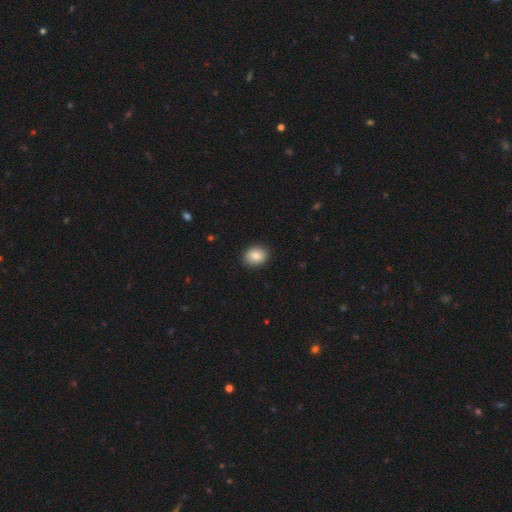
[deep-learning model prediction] The model was most divided on "how rounded": round: 61%, in between: 38%, cigar-shaped: 1%. More confident: merging — none (90%); smooth or featured — smooth (83%).